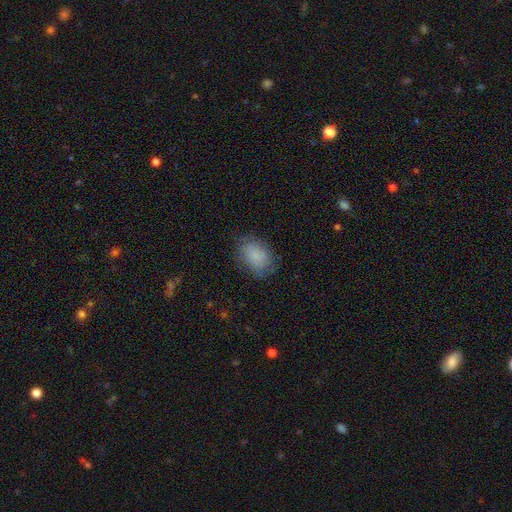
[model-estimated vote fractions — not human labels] This is clearly a smooth galaxy (82%). How rounded: likely in between (78%). Merging: likely none (73%).